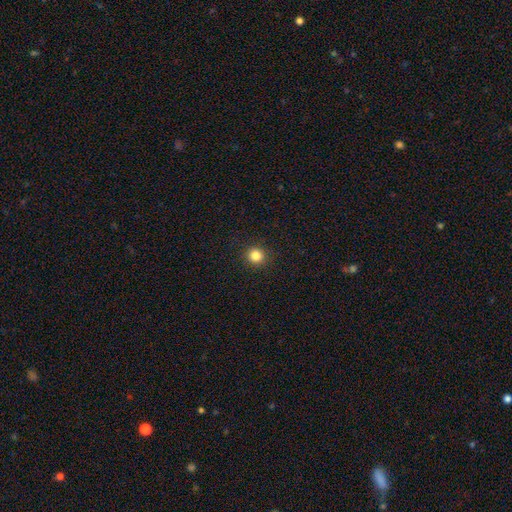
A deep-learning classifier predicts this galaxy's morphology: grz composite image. It shows a smooth galaxy with no disk features (84%) that is round (93%). Merging: none (92%).